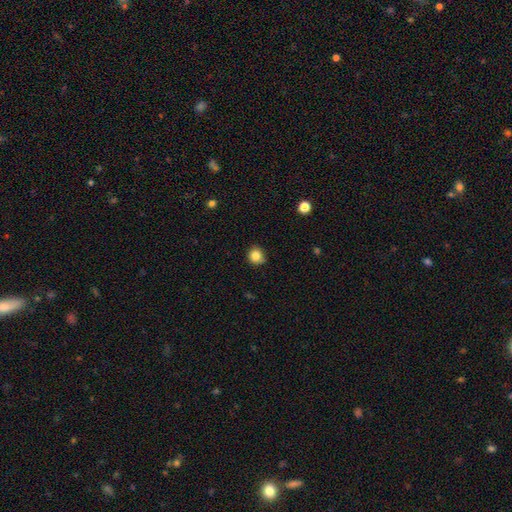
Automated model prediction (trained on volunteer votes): Q: Smooth or featured?
A: smooth (84%); runner-up: star or artifact (11%)
Q: How rounded?
A: round (86%); runner-up: in between (13%)
Q: Merging?
A: none (77%); runner-up: minor disturbance (19%)